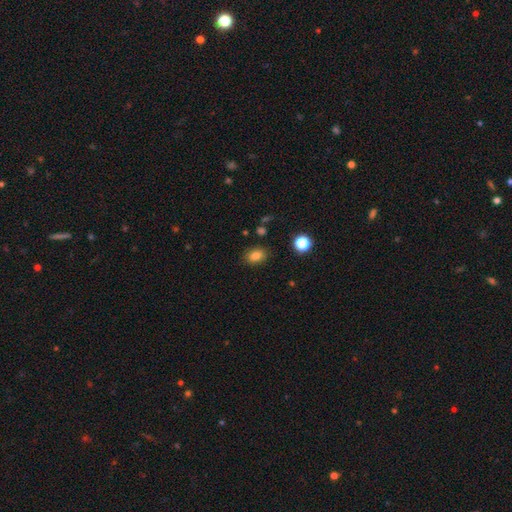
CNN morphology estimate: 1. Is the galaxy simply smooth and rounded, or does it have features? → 82% smooth, 12% star or artifact, 6% featured or disk.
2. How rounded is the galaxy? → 72% in between, 27% round, 1% cigar-shaped.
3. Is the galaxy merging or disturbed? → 85% none, 10% minor disturbance, 3% major disturbance, 2% merger.